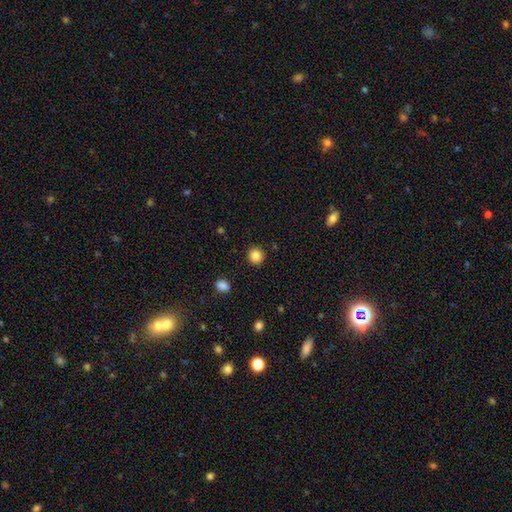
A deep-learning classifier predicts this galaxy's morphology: A smooth galaxy with no disk features (86%) that is round (92%). Merging: none (92%).